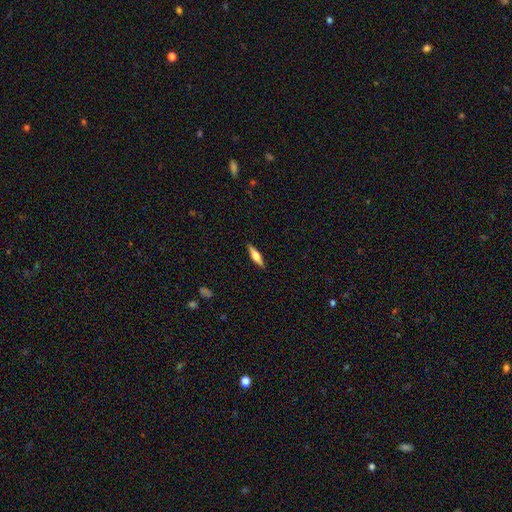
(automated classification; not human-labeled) Smooth or featured: smooth — 56% (featured or disk — 38%)
How rounded: cigar-shaped — 67% (in between — 31%)
Merging: none — 89% (minor disturbance — 8%)